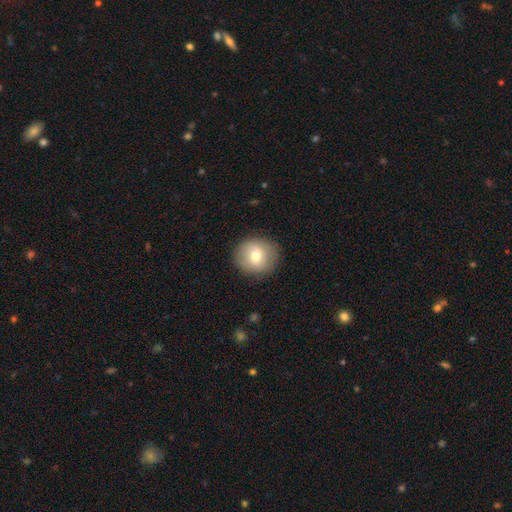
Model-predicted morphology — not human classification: smooth-or-featured: smooth: 72% | featured or disk: 19% | star or artifact: 9%
  how-rounded: round: 89% | in between: 10% | cigar-shaped: 1%
  merging: none: 87% | minor disturbance: 9% | major disturbance: 3% | merger: 1%